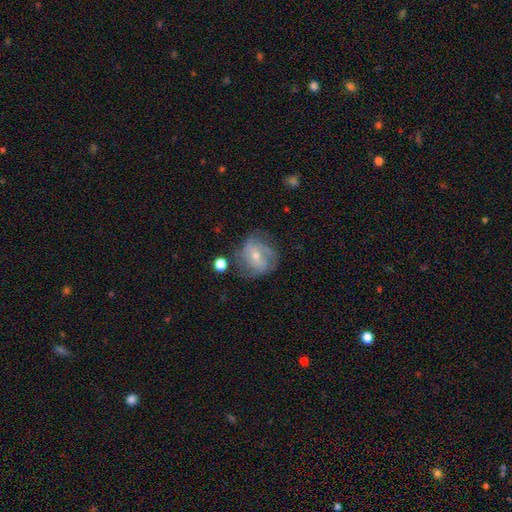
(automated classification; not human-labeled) The model was most divided on "spiral arm count" (2-way tie): can't tell: 35%, 2: 35%, 3: 17%, 1: 5%, 4: 5%, more than 4: 3%. Remaining: edge-on disk — no (96%); spiral arms — yes (82%); smooth or featured — featured or disk (69%); merging — none (60%); bulge size — small (57%); spiral winding — tight (42%); bar — weak (42%).